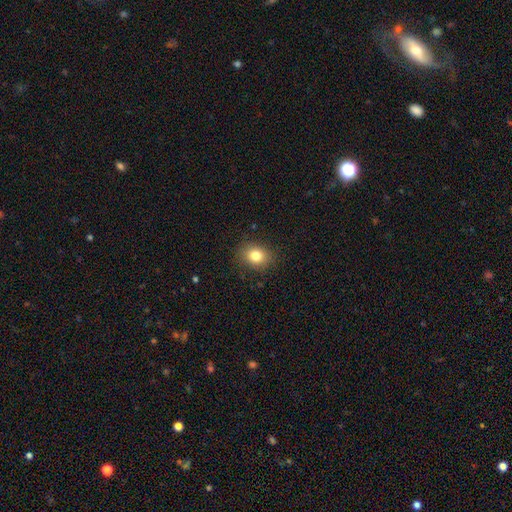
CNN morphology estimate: A smooth galaxy with no disk features (82%) that is round (54%).

Vote fractions:
- Smooth or featured? smooth: 82% / star or artifact: 11% / featured or disk: 8%
- How rounded? round: 54% / in between: 45% / cigar-shaped: 1%
- Merging? none: 86% / minor disturbance: 10% / major disturbance: 3% / merger: 1%